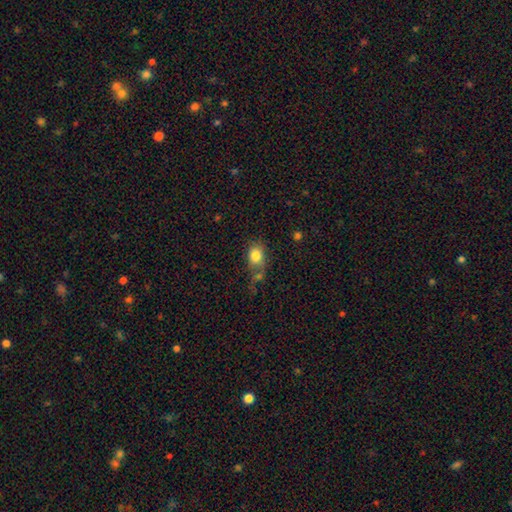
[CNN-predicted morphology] This is clearly a smooth galaxy (83%). How rounded: possibly in between (59%). Merging: possibly none (49%).